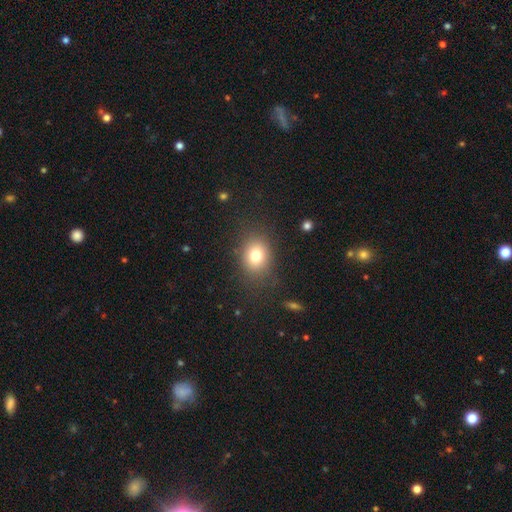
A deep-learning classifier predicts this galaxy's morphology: Smooth or featured? Predicted: smooth (p=0.77). How rounded? Predicted: in between (p=0.50). Merging? Predicted: none (p=0.83).